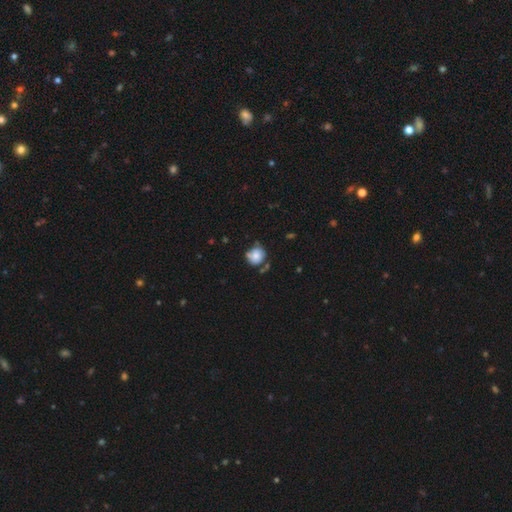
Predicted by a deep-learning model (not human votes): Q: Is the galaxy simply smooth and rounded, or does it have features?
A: smooth — 73%.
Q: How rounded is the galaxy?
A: round — 84%.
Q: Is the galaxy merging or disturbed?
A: none — 57%.